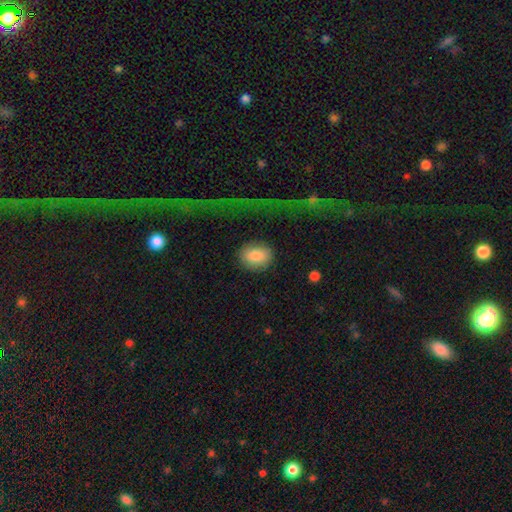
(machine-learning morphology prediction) This is clearly a smooth galaxy (85%). How rounded: possibly in between (54%). Merging: clearly none (80%).